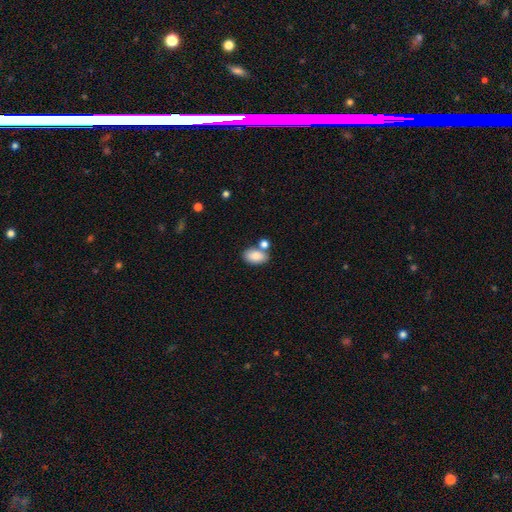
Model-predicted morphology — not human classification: A smooth galaxy with no disk features (85%) that is in between round and cigar-shaped (91%). Merging: none (60%).